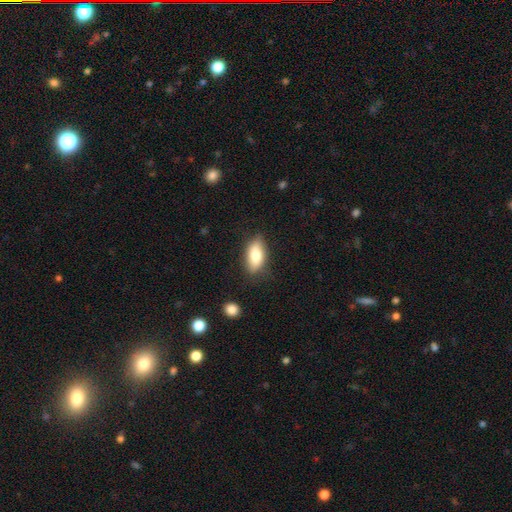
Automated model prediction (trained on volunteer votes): Smooth or featured? smooth (78%)
How rounded? in between (87%)
Merging? none (77%)